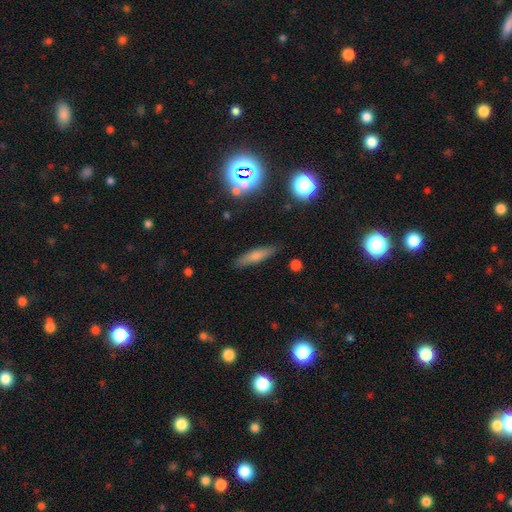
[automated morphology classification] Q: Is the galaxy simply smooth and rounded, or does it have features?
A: smooth — 67%.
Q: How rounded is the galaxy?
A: cigar-shaped — 74%.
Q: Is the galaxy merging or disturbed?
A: none — 86%.